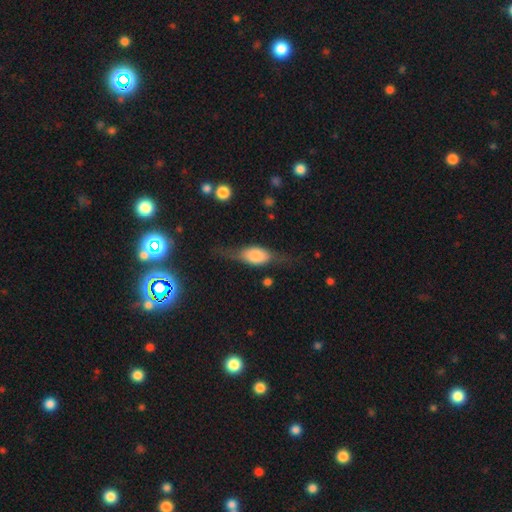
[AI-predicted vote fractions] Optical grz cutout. It shows a smooth galaxy with no disk features (48%). Merging: none (60%).